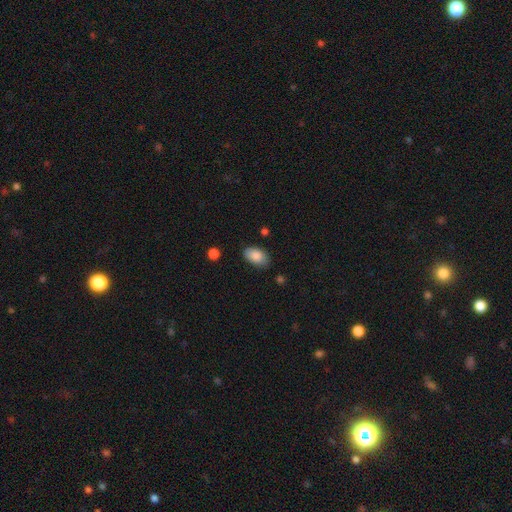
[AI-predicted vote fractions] Overall: smooth (86%). How rounded: in between (91%). Merging: none (79%).